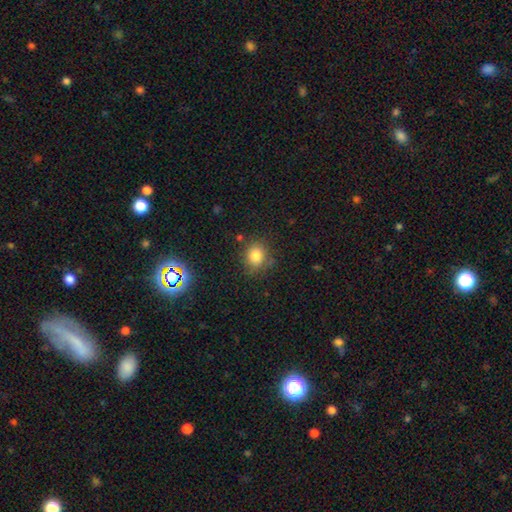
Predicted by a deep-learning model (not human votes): Smooth or featured?
  - smooth: 81% *
  - star or artifact: 12%
  - featured or disk: 7%
How rounded?
  - round: 71% *
  - in between: 28%
  - cigar-shaped: 1%
Merging?
  - none: 78% *
  - minor disturbance: 14%
  - major disturbance: 4%
  - merger: 4%